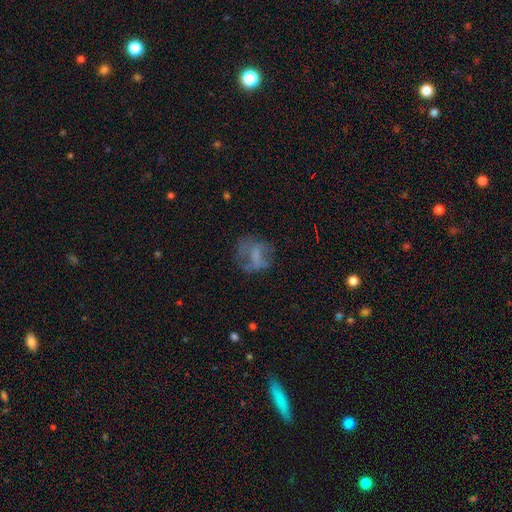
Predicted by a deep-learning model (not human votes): This is marginally a smooth galaxy (45%). Merging: possibly none (54%).